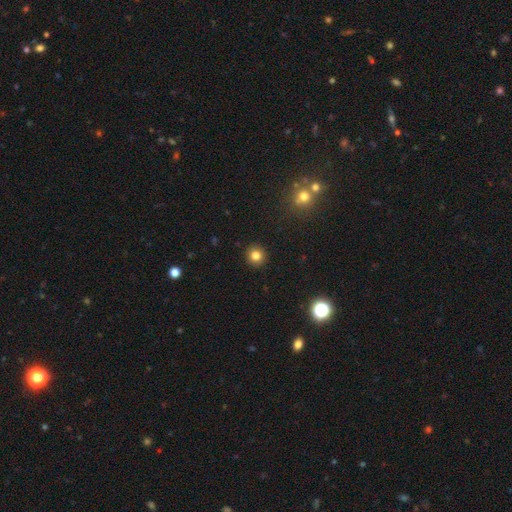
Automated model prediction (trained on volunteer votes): The model was most divided on "smooth or featured": smooth: 81%, star or artifact: 13%, featured or disk: 6%. More confident: how rounded — round (93%); merging — none (92%).